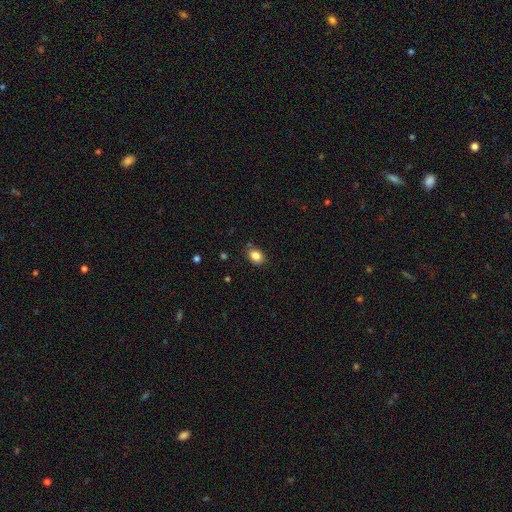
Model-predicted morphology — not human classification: This appears to be a smooth galaxy with no disk features (85%) that is in between round and cigar-shaped (66%). Merging: none (82%).